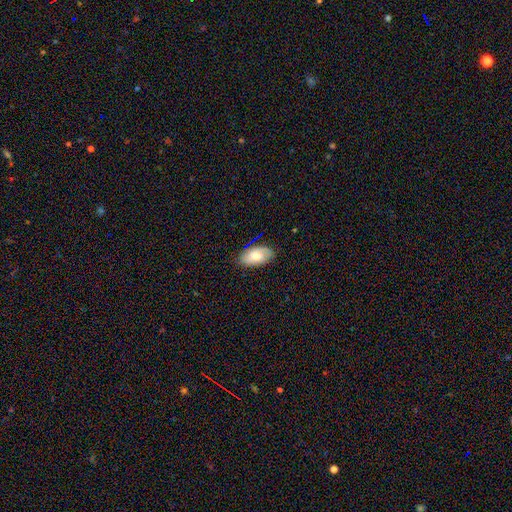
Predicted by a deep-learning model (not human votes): Smooth or featured? Predicted: smooth (p=0.71). How rounded? Predicted: in between (p=0.94). Merging? Predicted: none (p=0.80).